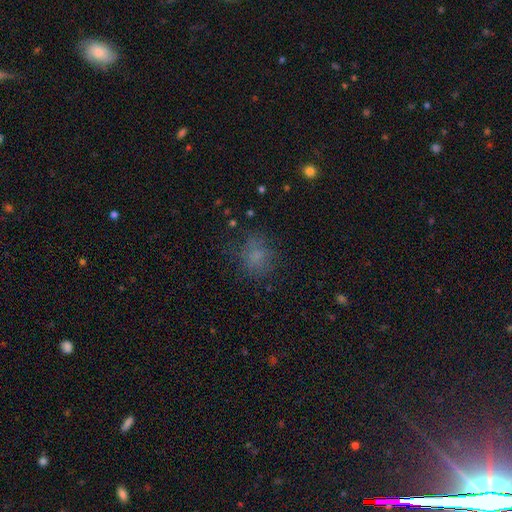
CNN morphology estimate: This appears to be a smooth galaxy with no disk features (69%) that is round (65%). Merging: none (68%).